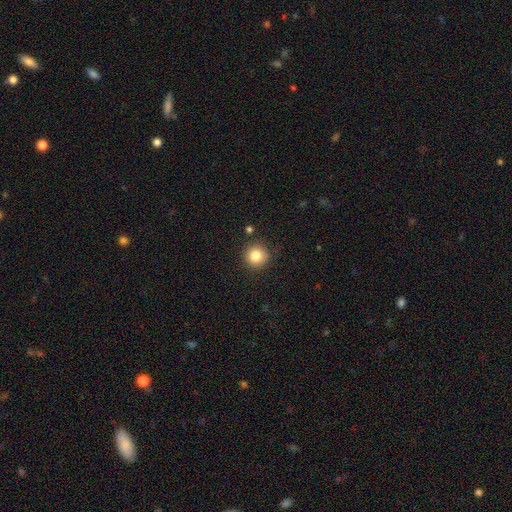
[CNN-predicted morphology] The model was most divided on "smooth or featured": smooth: 82%, star or artifact: 11%, featured or disk: 7%. More confident: how rounded — round (95%); merging — none (89%).